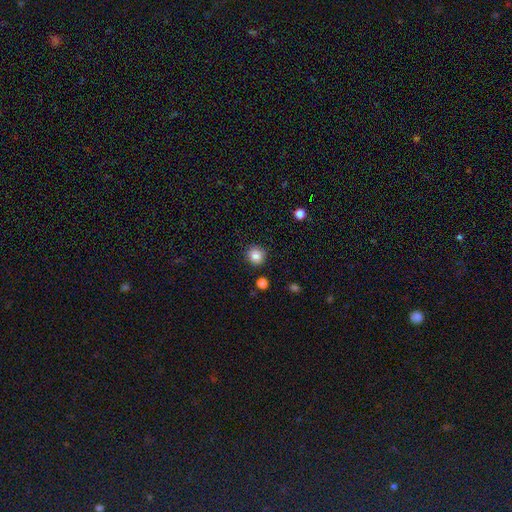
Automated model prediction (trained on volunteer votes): smooth_or_featured: smooth (p=0.86) [alt: star or artifact p=0.10]
how_rounded: round (p=0.91) [alt: in between p=0.08]
merging: none (p=0.86) [alt: minor disturbance p=0.09]